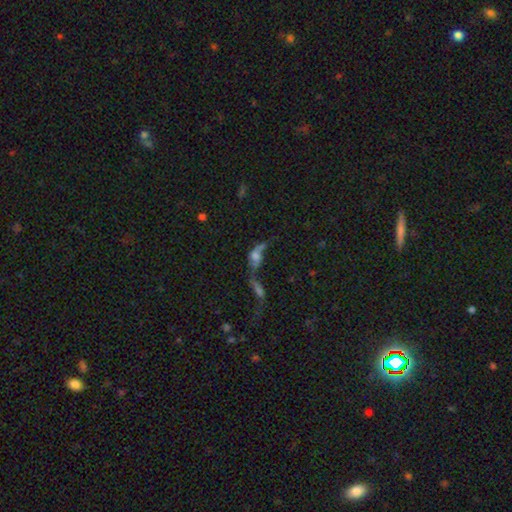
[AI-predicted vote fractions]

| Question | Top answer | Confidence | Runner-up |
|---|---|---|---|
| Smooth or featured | smooth | 43% | featured or disk (40%) |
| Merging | merger | 65% | major disturbance (18%) |